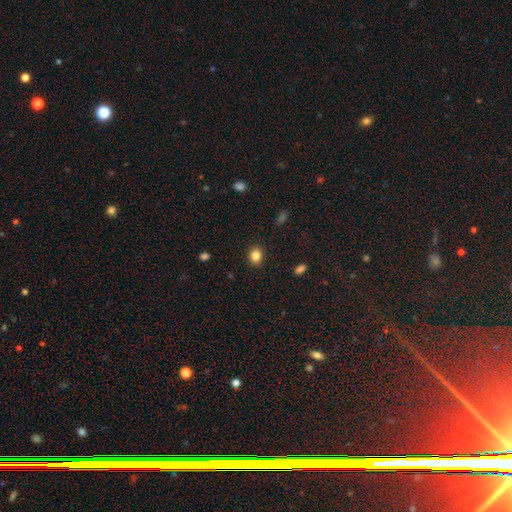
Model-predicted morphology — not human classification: This appears to be a smooth galaxy with no disk features (85%) that is round (53%). Merging: none (89%).